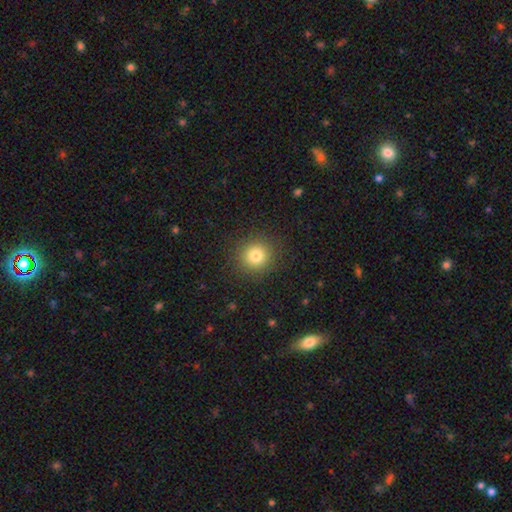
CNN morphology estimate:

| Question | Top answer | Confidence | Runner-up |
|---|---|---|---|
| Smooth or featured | smooth | 79% | star or artifact (13%) |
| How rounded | round | 92% | in between (7%) |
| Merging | none | 90% | minor disturbance (6%) |